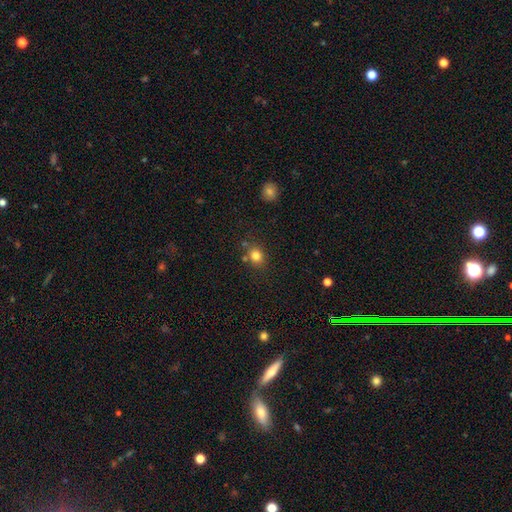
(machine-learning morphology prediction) Smooth or featured: smooth — 81% (star or artifact — 12%)
How rounded: round — 68% (in between — 31%)
Merging: none — 72% (minor disturbance — 13%)